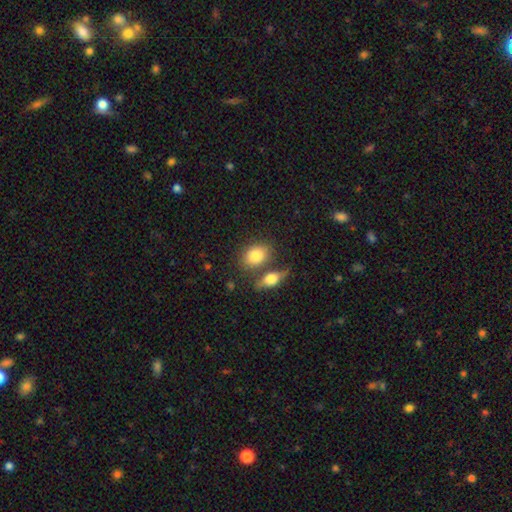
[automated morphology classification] Smooth or featured? Predicted: smooth (p=0.80). How rounded? Predicted: in between (p=0.73). Merging? Predicted: none (p=0.59).